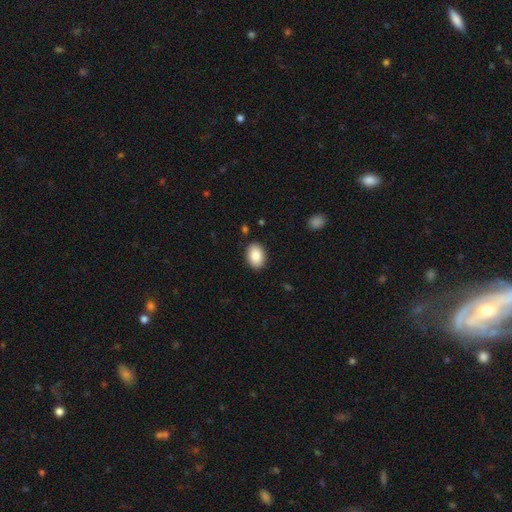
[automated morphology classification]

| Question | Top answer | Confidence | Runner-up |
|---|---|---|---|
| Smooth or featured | smooth | 86% | featured or disk (7%) |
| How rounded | in between | 83% | round (16%) |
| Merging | none | 89% | minor disturbance (8%) |